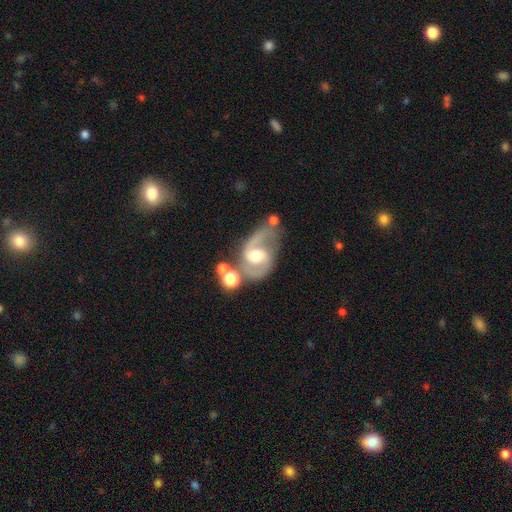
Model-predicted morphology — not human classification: Smooth or featured?
  - featured or disk: 81% *
  - smooth: 13%
  - star or artifact: 7%
Edge-on disk?
  - no: 97% *
  - yes: 3%
Bar?
  - weak: 45% *
  - no: 39%
  - strong: 16%
Spiral arms?
  - yes: 92% *
  - no: 8%
Spiral winding?
  - medium: 49% *
  - loose: 38%
  - tight: 14%
Spiral arm count?
  - 2: 84% *
  - 1: 8%
  - can't tell: 5%
  - 3: 1%
  - 4: 1%
  - more than 4: 1%
Bulge size?
  - moderate: 69% *
  - small: 15%
  - large: 13%
  - none: 2%
  - dominant: 1%
Merging?
  - none: 43% *
  - minor disturbance: 21%
  - merger: 19%
  - major disturbance: 17%